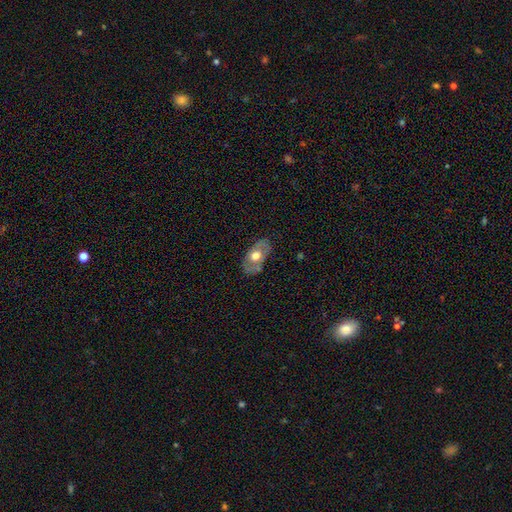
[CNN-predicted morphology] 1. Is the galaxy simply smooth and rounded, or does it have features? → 49% featured or disk, 45% smooth, 6% star or artifact.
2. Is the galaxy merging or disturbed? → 75% none, 18% minor disturbance, 5% major disturbance, 2% merger.